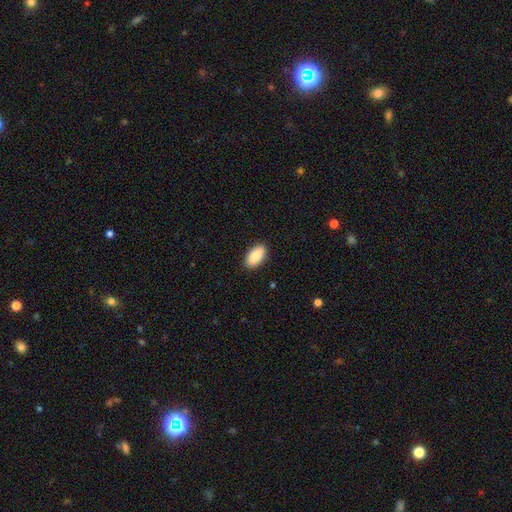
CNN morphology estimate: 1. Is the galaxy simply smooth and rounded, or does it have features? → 88% smooth, 6% star or artifact, 6% featured or disk.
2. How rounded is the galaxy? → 93% in between, 4% cigar-shaped, 3% round.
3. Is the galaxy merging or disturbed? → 89% none, 8% minor disturbance, 2% major disturbance, 1% merger.